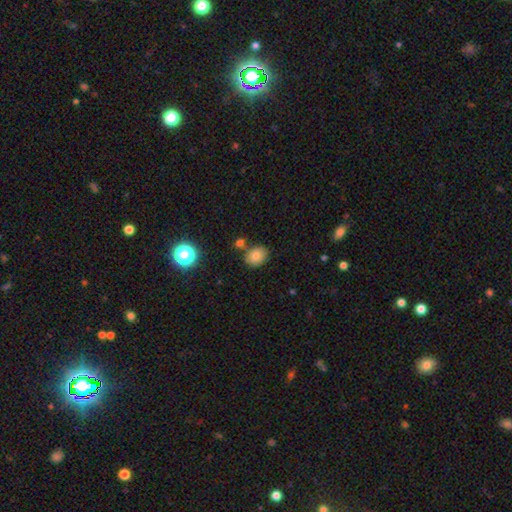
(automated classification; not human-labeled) This is likely a smooth galaxy (78%). How rounded: possibly round (54%). Merging: likely none (72%).